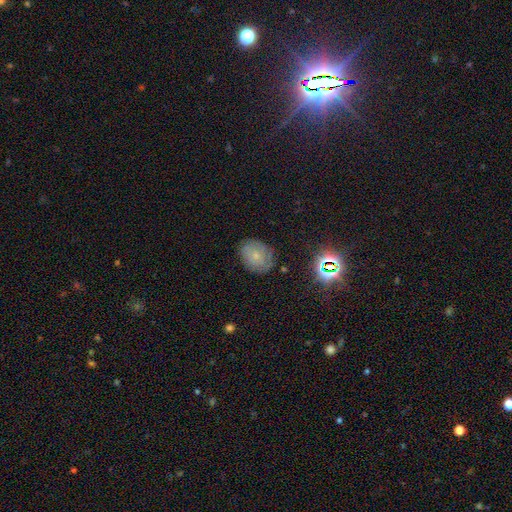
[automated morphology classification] The model was most divided on "smooth or featured": smooth: 47%, featured or disk: 38%, star or artifact: 15%. More confident: merging — none (74%).